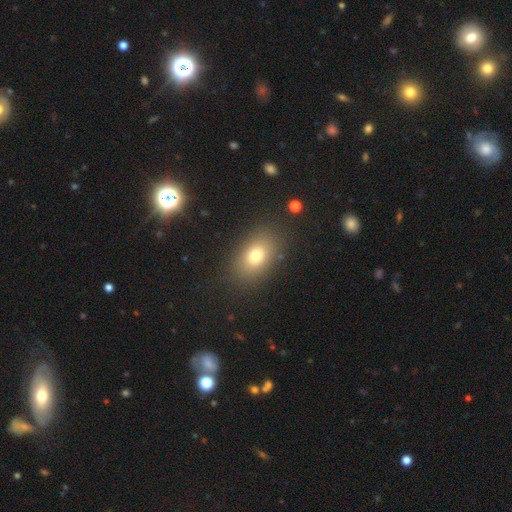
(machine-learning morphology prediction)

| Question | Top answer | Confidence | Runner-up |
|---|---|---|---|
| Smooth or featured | smooth | 75% | featured or disk (13%) |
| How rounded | in between | 81% | round (17%) |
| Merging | none | 86% | minor disturbance (9%) |